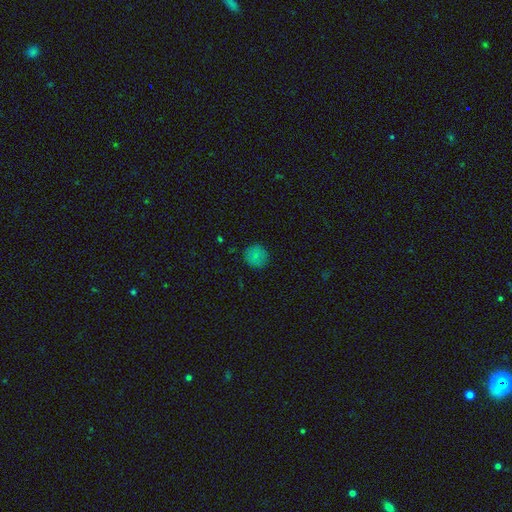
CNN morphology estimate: This appears to be a smooth galaxy with no disk features (81%) that is round (91%). Merging: none (86%).